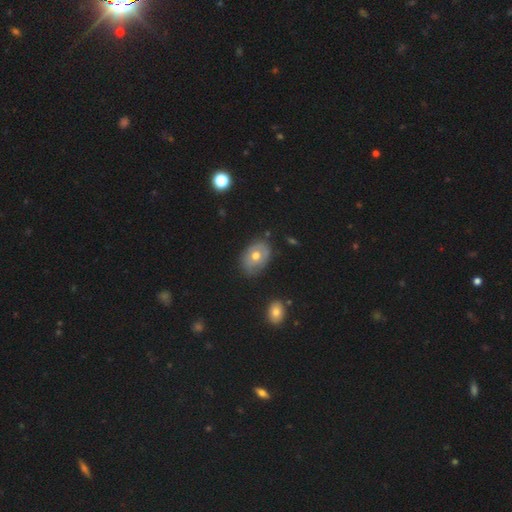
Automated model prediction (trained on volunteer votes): The model was most divided on "smooth or featured": smooth: 53%, featured or disk: 39%, star or artifact: 8%. More confident: merging — none (72%); how rounded — in between (71%).